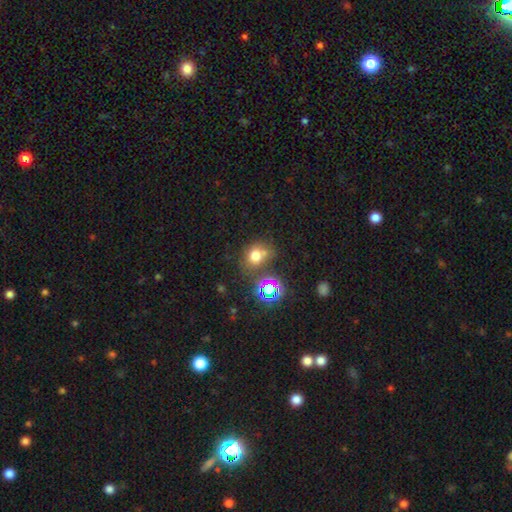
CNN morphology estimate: This is likely a smooth galaxy (66%). How rounded: possibly round (58%). Merging: possibly none (53%).